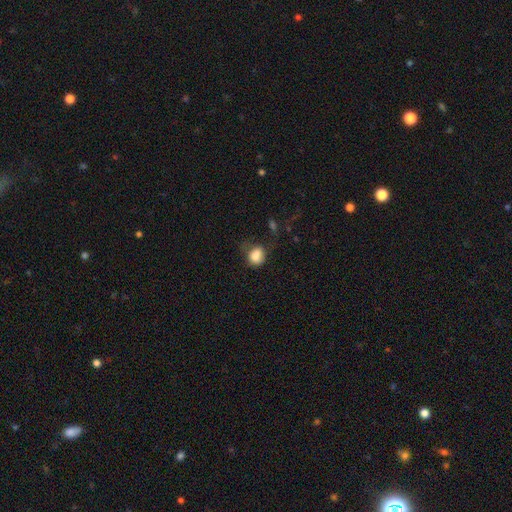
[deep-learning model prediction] Morphology: type=smooth (82%); roundness=round (52%); merging=none (42%).